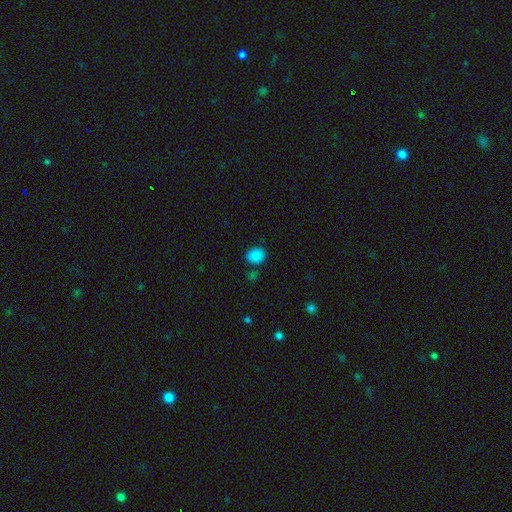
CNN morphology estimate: Smooth or featured?
  - smooth: 85% *
  - star or artifact: 12%
  - featured or disk: 3%
How rounded?
  - in between: 51% *
  - round: 48%
  - cigar-shaped: 1%
Merging?
  - none: 79% *
  - minor disturbance: 12%
  - merger: 6%
  - major disturbance: 3%